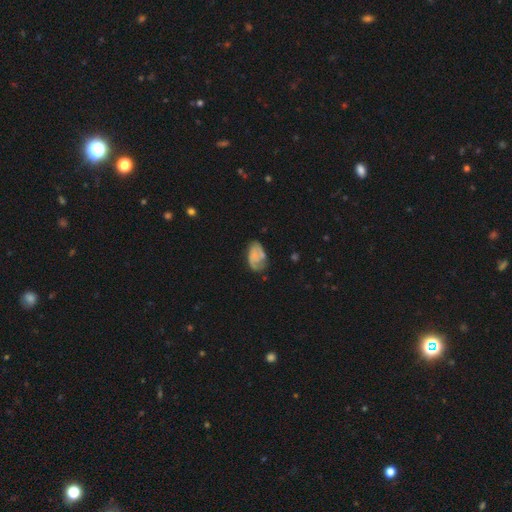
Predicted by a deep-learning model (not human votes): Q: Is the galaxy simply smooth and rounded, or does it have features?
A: smooth — 48%.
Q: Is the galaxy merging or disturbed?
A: none — 50%.